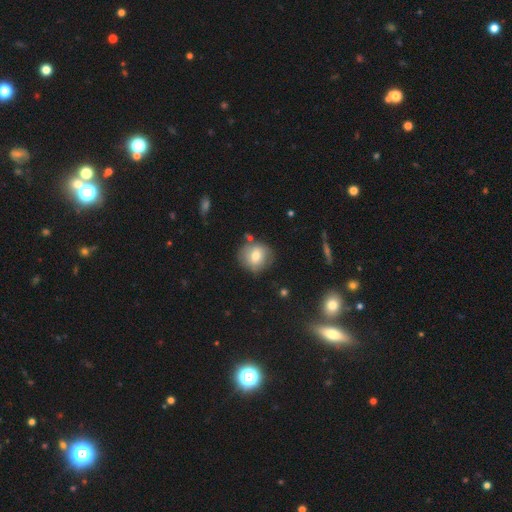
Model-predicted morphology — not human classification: type=smooth (69%); roundness=round (87%); merging=none (75%).